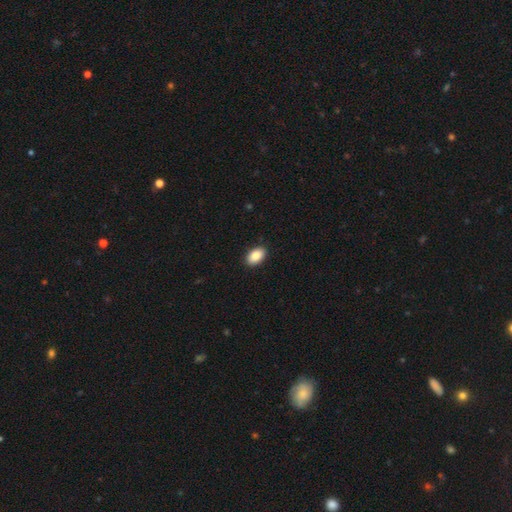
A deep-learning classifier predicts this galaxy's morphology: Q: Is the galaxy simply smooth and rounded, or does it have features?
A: smooth — 88%.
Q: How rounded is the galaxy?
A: in between — 92%.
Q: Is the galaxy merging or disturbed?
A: none — 90%.